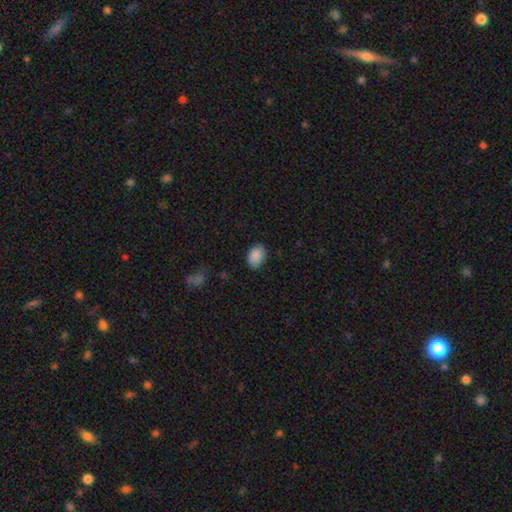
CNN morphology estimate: The model was most divided on "how rounded": in between: 72%, round: 27%, cigar-shaped: 1%. More confident: smooth or featured — smooth (88%); merging — none (77%).